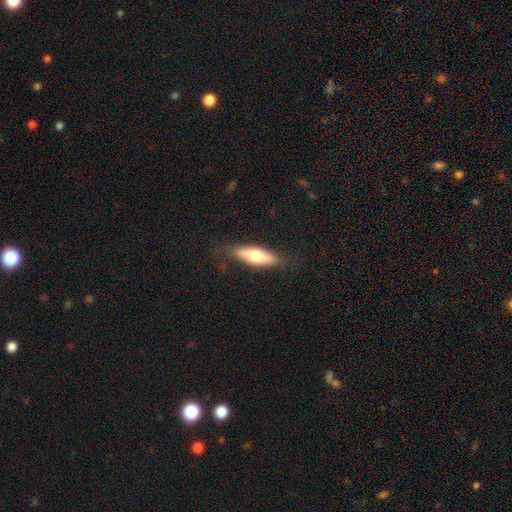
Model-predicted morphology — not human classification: Smooth or featured: smooth — 65% (featured or disk — 29%)
How rounded: in between — 57% (cigar-shaped — 41%)
Merging: none — 80% (minor disturbance — 15%)